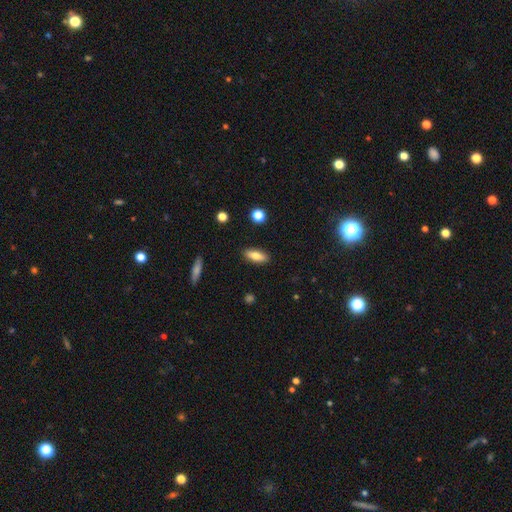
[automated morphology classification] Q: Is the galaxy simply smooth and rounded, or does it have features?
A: smooth — 75%.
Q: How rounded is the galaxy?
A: in between — 67%.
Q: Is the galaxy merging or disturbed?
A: none — 88%.